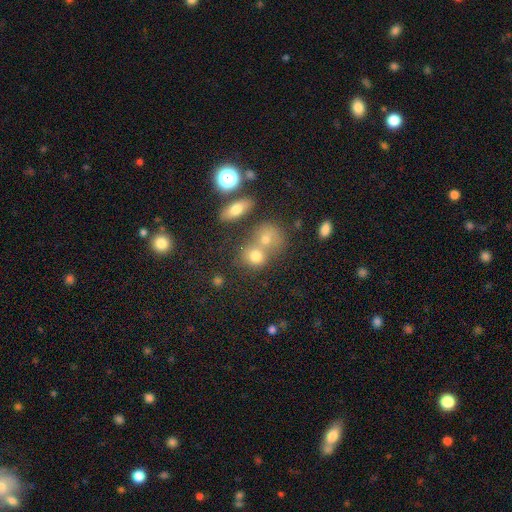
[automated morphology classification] A smooth galaxy with no disk features (72%) that is round (61%).

Vote fractions:
- Smooth or featured? smooth: 72% / featured or disk: 14% / star or artifact: 14%
- How rounded? round: 61% / in between: 37% / cigar-shaped: 2%
- Merging? merger: 48% / none: 39% / minor disturbance: 9% / major disturbance: 5%